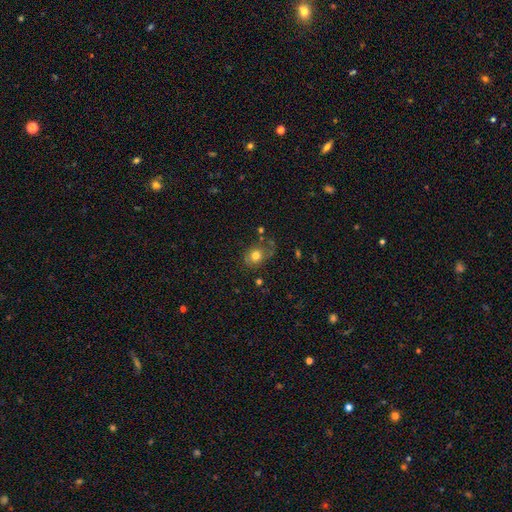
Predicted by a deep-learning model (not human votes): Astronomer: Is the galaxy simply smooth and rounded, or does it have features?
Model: smooth — 74%.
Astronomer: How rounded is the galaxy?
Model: round — 55% (runner-up: in between, 44%).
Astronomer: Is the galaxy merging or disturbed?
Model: none — 53%.